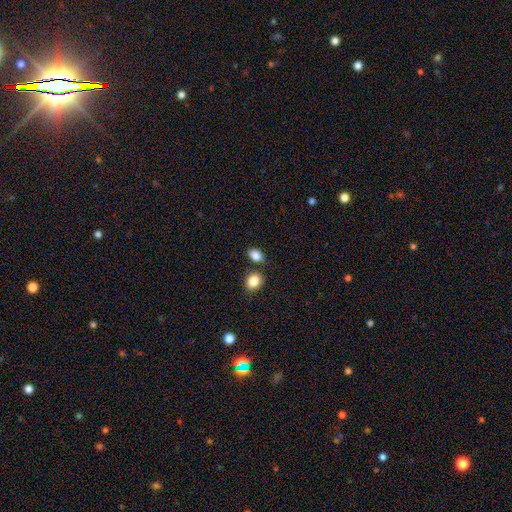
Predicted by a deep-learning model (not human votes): Q: Smooth or featured?
A: smooth (85%); runner-up: star or artifact (10%)
Q: How rounded?
A: in between (73%); runner-up: round (25%)
Q: Merging?
A: none (69%); runner-up: merger (17%)